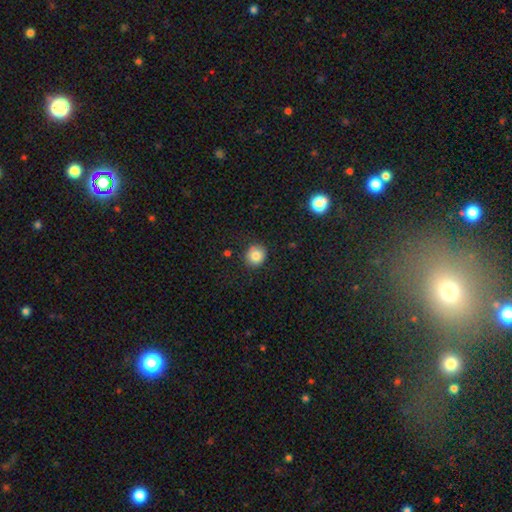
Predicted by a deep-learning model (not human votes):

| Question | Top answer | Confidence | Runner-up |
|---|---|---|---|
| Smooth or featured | smooth | 84% | star or artifact (10%) |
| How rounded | round | 84% | in between (15%) |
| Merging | none | 87% | minor disturbance (9%) |